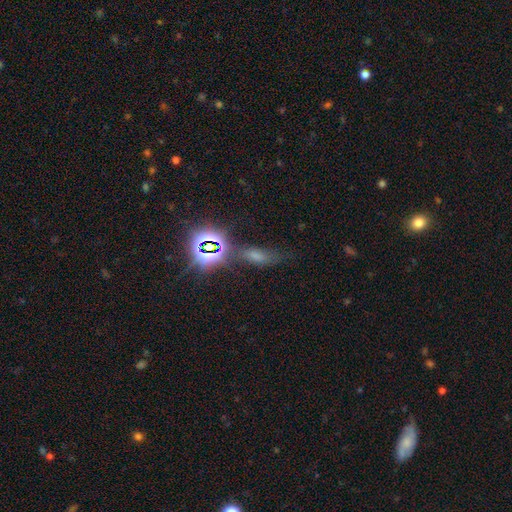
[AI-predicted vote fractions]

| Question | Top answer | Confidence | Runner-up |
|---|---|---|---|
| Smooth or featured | smooth | 51% | star or artifact (37%) |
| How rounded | in between | 67% | cigar-shaped (27%) |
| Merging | none | 59% | minor disturbance (20%) |